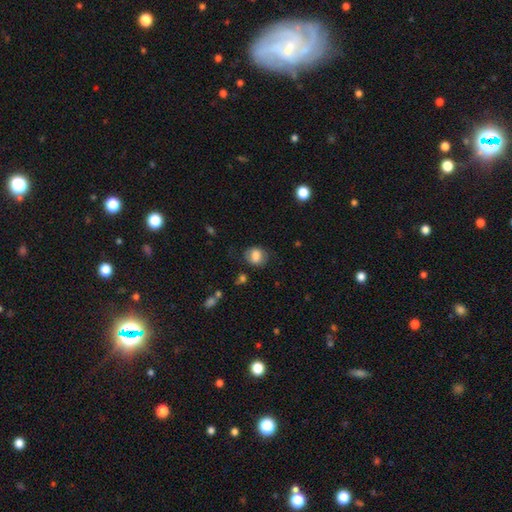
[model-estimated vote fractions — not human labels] Smooth or featured: smooth — 79% (featured or disk — 12%)
How rounded: round — 54% (in between — 45%)
Merging: none — 69% (minor disturbance — 20%)